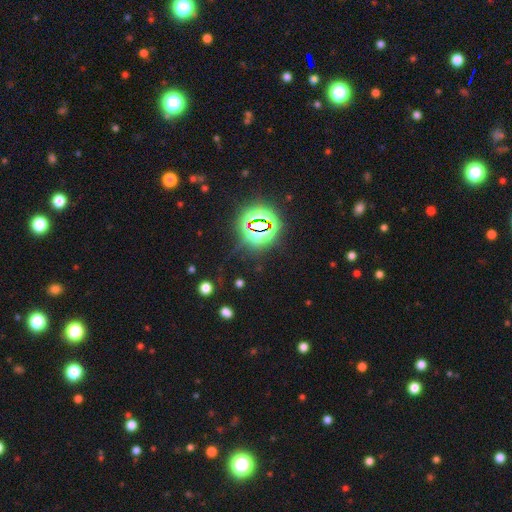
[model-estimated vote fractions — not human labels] The model was most divided on "smooth or featured": star or artifact: 81%, smooth: 12%, featured or disk: 7%.